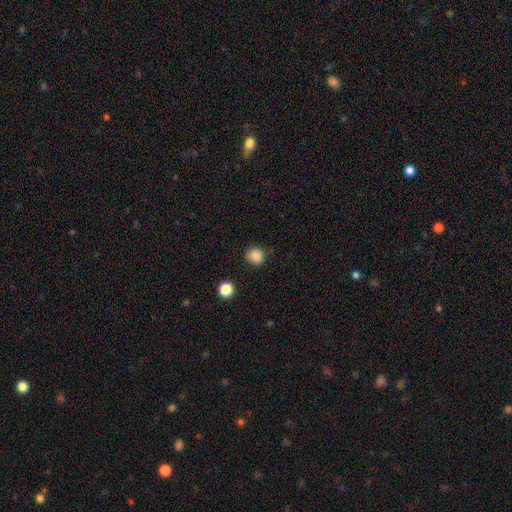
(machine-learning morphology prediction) type=smooth (86%); roundness=round (87%); merging=none (86%).